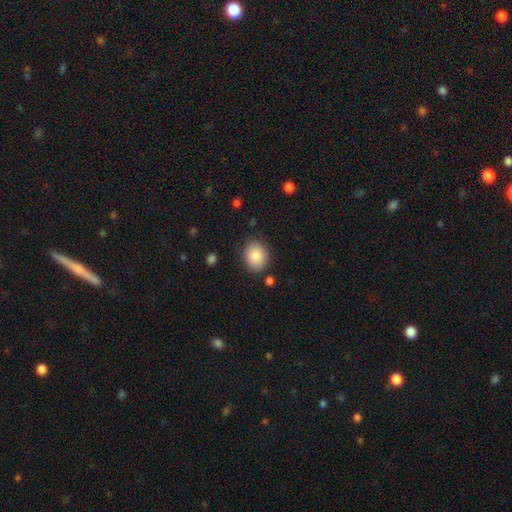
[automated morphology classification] smooth_or_featured: smooth (p=0.85) [alt: star or artifact p=0.08]
how_rounded: round (p=0.51) [alt: in between p=0.48]
merging: none (p=0.84) [alt: minor disturbance p=0.11]